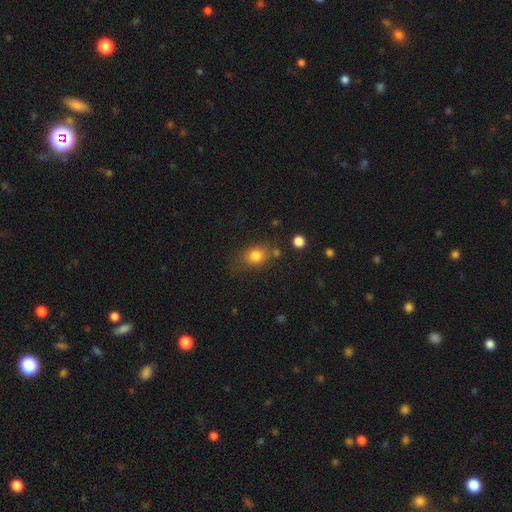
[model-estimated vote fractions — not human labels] A smooth galaxy with no disk features (81%) that is round (53%). Merging: none (66%).